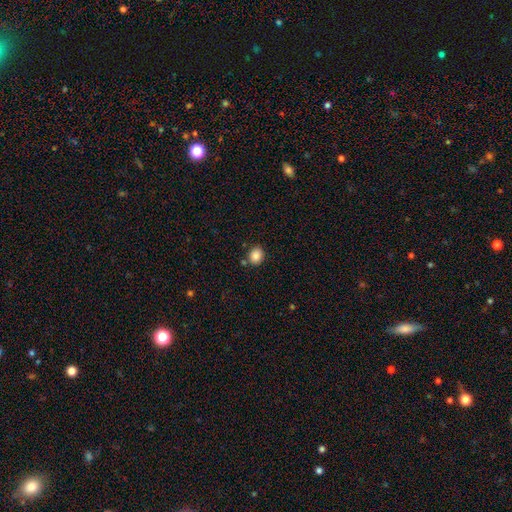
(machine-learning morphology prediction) A smooth galaxy with no disk features (86%) that is round (60%).

Vote fractions:
- Smooth or featured? smooth: 86% / star or artifact: 9% / featured or disk: 4%
- How rounded? round: 60% / in between: 39% / cigar-shaped: 1%
- Merging? none: 81% / minor disturbance: 10% / merger: 6% / major disturbance: 3%